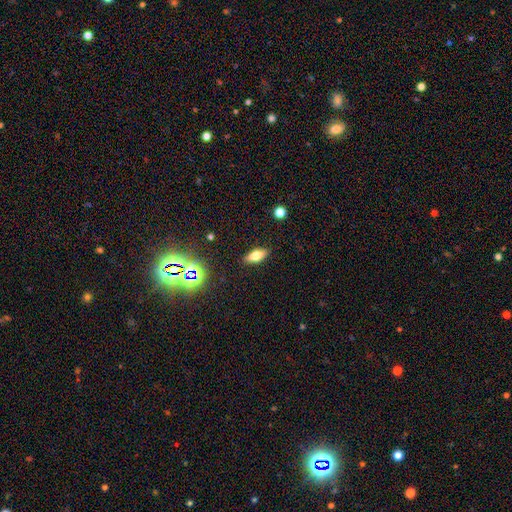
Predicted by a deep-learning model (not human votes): smooth-or-featured: smooth: 64% | featured or disk: 23% | star or artifact: 12%
  how-rounded: in between: 73% | cigar-shaped: 22% | round: 4%
  merging: none: 88% | minor disturbance: 9% | major disturbance: 2% | merger: 1%